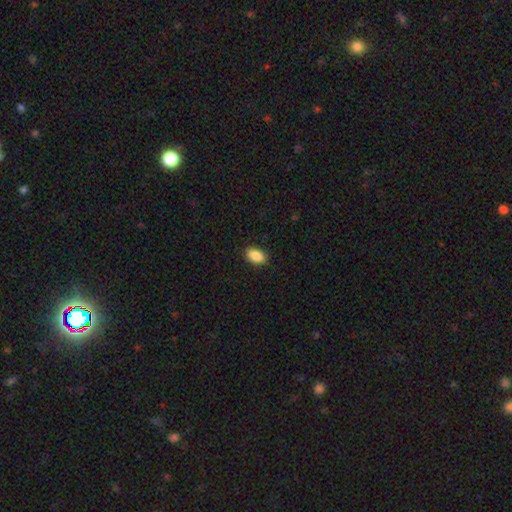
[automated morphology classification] smooth_or_featured: smooth (p=0.90) [alt: star or artifact p=0.07]
how_rounded: in between (p=0.91) [alt: round p=0.07]
merging: none (p=0.89) [alt: minor disturbance p=0.08]